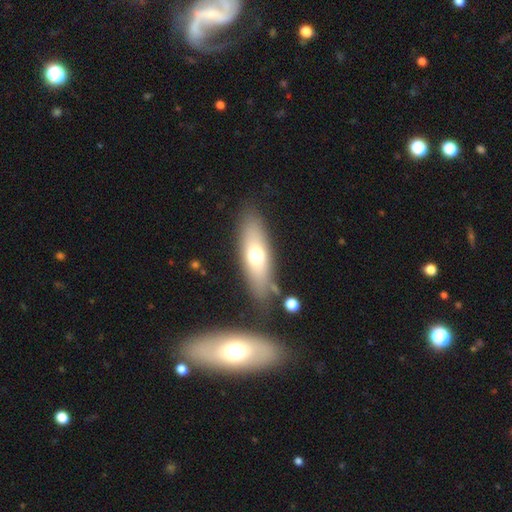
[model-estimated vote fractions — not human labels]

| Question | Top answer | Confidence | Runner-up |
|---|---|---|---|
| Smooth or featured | smooth | 62% | featured or disk (30%) |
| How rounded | in between | 57% | cigar-shaped (40%) |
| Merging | none | 77% | minor disturbance (13%) |